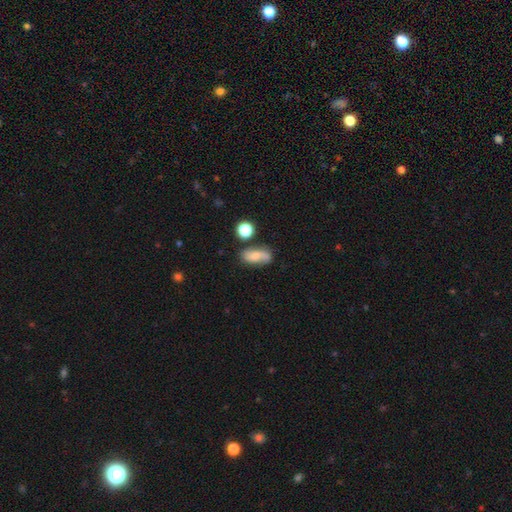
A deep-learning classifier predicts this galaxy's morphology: smooth_or_featured: smooth (p=0.46) [alt: featured or disk p=0.43]
merging: none (p=0.65) [alt: minor disturbance p=0.20]